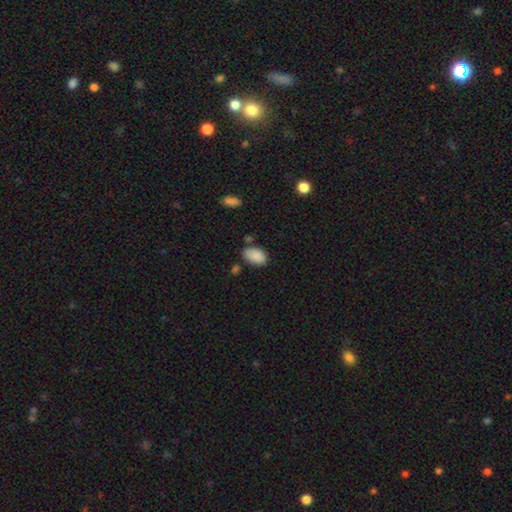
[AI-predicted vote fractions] The model was most divided on "merging": none: 67%, minor disturbance: 21%, merger: 7%, major disturbance: 4%. More confident: how rounded — in between (91%); smooth or featured — smooth (87%).